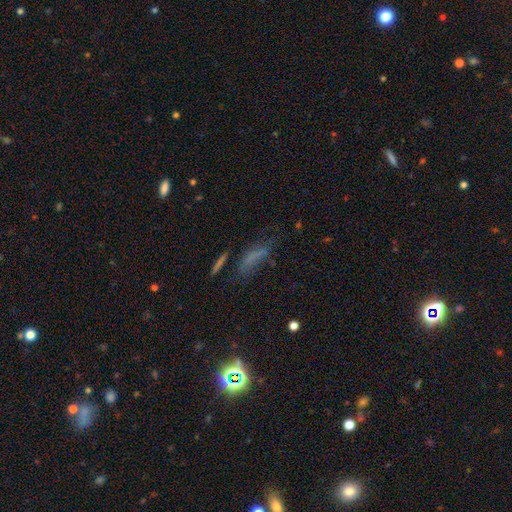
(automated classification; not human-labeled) Smooth or featured?
  - smooth: 45% *
  - star or artifact: 30%
  - featured or disk: 25%
Merging?
  - none: 45% *
  - major disturbance: 24%
  - minor disturbance: 23%
  - merger: 7%